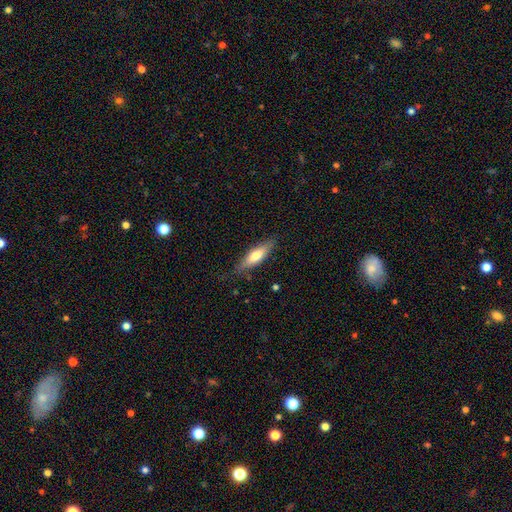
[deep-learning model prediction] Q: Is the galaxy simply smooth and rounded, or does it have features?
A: smooth — 64%.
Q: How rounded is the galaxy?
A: cigar-shaped — 57%.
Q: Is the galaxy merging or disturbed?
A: none — 78%.